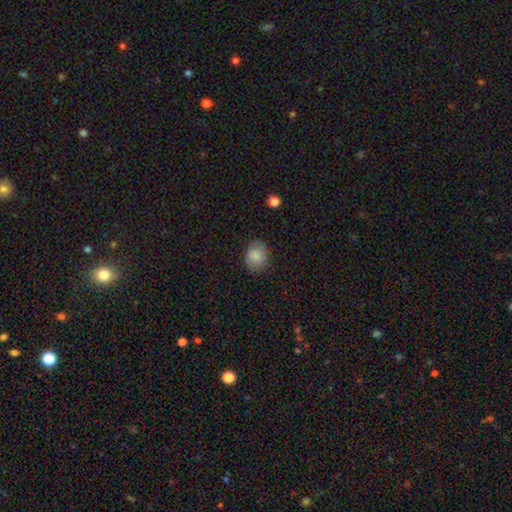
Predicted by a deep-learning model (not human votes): smooth-or-featured: smooth: 81% | featured or disk: 11% | star or artifact: 8%
  how-rounded: round: 53% | in between: 46% | cigar-shaped: 1%
  merging: none: 77% | minor disturbance: 17% | major disturbance: 5% | merger: 1%